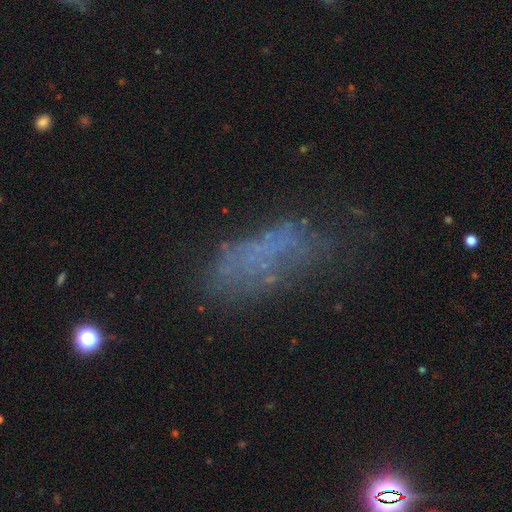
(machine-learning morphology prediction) A smooth galaxy with no disk features (44%).

Vote fractions:
- Smooth or featured? smooth: 44% / featured or disk: 34% / star or artifact: 22%
- Merging? none: 50% / minor disturbance: 23% / major disturbance: 22% / merger: 5%